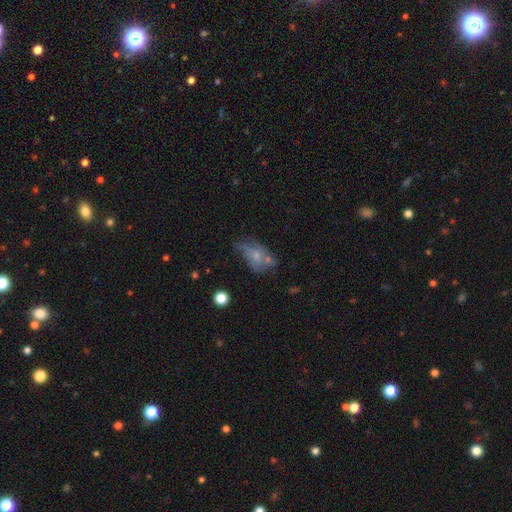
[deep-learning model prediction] The model was most divided on "merging": none: 32%, minor disturbance: 29%, major disturbance: 23%, merger: 16%. Remaining: smooth or featured — smooth (50%).